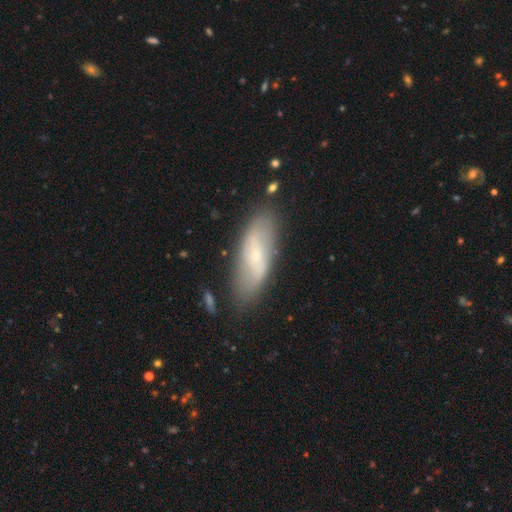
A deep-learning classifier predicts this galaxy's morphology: smooth_or_featured: featured or disk (p=0.49) [alt: smooth p=0.43]
merging: none (p=0.77) [alt: minor disturbance p=0.16]